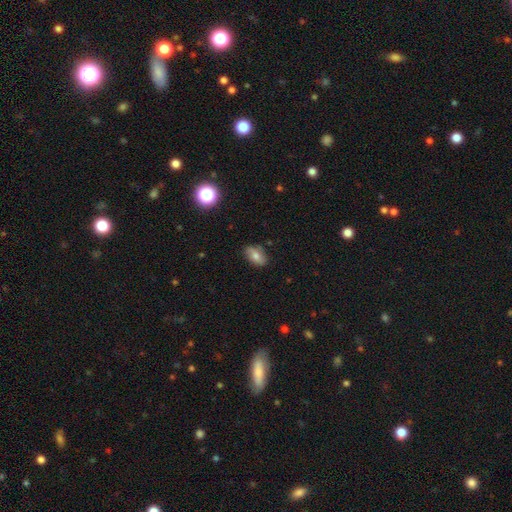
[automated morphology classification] A smooth galaxy with no disk features (72%) that is in between round and cigar-shaped (87%). Merging: none (80%).